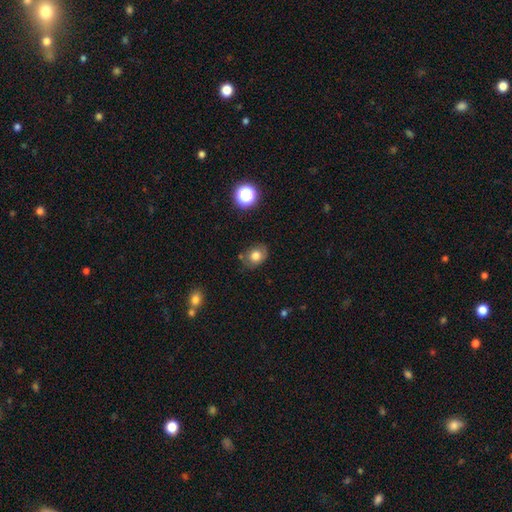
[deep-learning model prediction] Smooth or featured: smooth — 76% (featured or disk — 13%)
How rounded: in between — 55% (round — 44%)
Merging: none — 73% (minor disturbance — 19%)